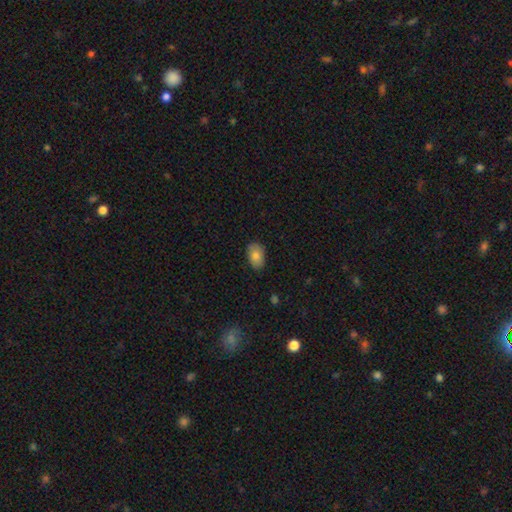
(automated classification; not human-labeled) Smooth or featured?
  - smooth: 80% *
  - featured or disk: 13%
  - star or artifact: 8%
How rounded?
  - in between: 86% *
  - round: 12%
  - cigar-shaped: 1%
Merging?
  - none: 81% *
  - minor disturbance: 16%
  - major disturbance: 2%
  - merger: 1%